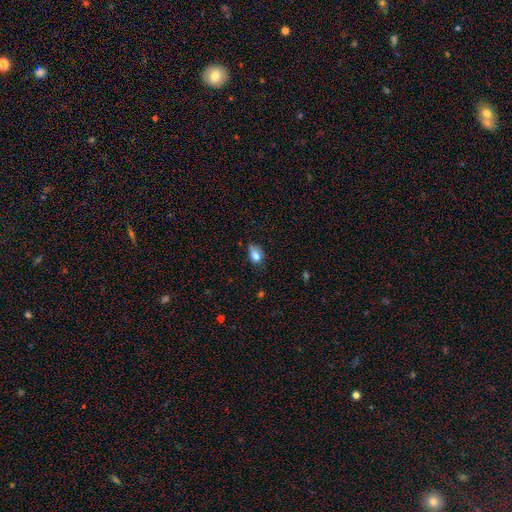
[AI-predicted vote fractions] A smooth galaxy with no disk features (81%) that is in between round and cigar-shaped (76%). Merging: none (46%).